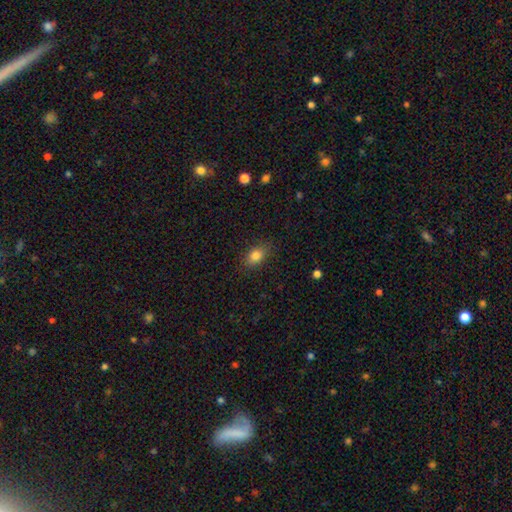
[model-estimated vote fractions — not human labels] Smooth or featured: smooth — 83% (star or artifact — 10%)
How rounded: in between — 78% (round — 20%)
Merging: none — 85% (minor disturbance — 11%)